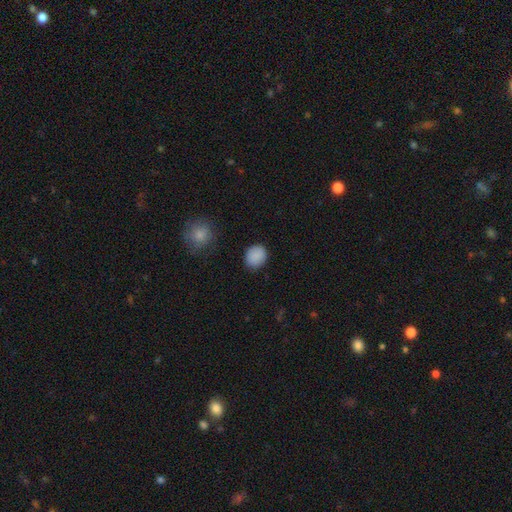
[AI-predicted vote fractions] Smooth or featured: smooth — 88% (star or artifact — 9%)
How rounded: round — 67% (in between — 32%)
Merging: none — 85% (minor disturbance — 11%)